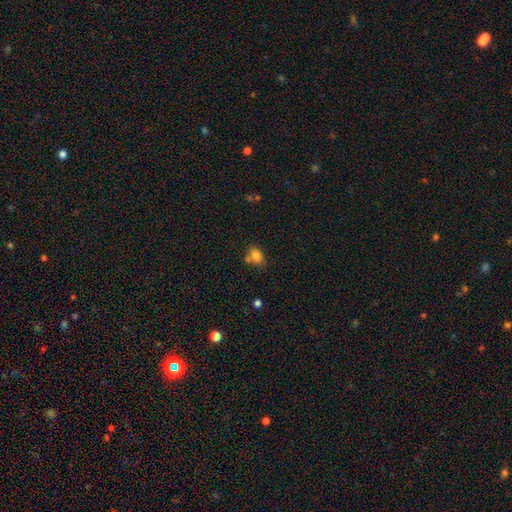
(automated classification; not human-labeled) Smooth or featured?
  - smooth: 81% *
  - star or artifact: 11%
  - featured or disk: 8%
How rounded?
  - in between: 67% *
  - round: 32%
  - cigar-shaped: 1%
Merging?
  - none: 57% *
  - merger: 20%
  - minor disturbance: 17%
  - major disturbance: 5%